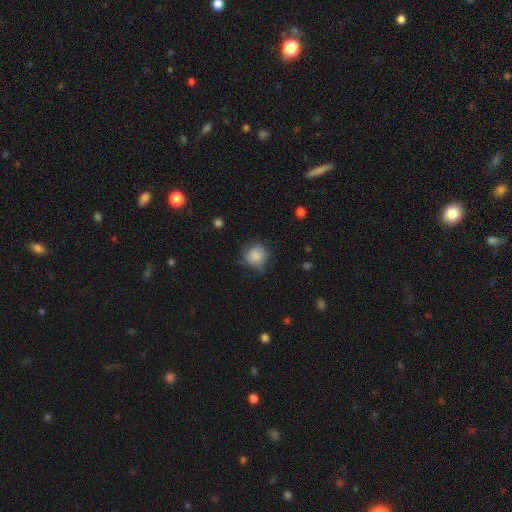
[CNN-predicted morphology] A smooth galaxy with no disk features (83%) that is round (86%).

Vote fractions:
- Smooth or featured? smooth: 83% / star or artifact: 9% / featured or disk: 8%
- How rounded? round: 86% / in between: 13% / cigar-shaped: 1%
- Merging? none: 63% / minor disturbance: 27% / major disturbance: 8% / merger: 1%